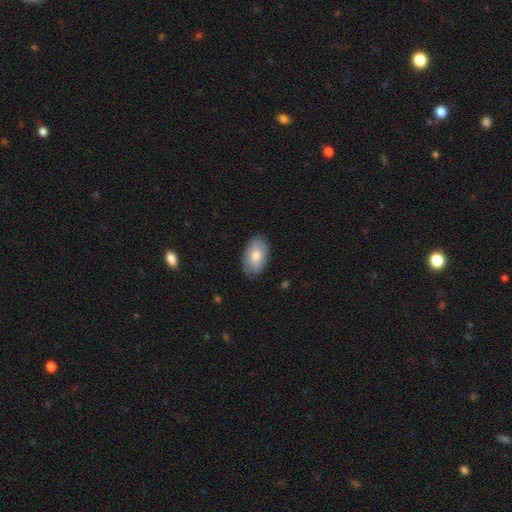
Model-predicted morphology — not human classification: Smooth or featured: smooth — 78% (featured or disk — 16%)
How rounded: in between — 93% (round — 6%)
Merging: none — 83% (minor disturbance — 14%)